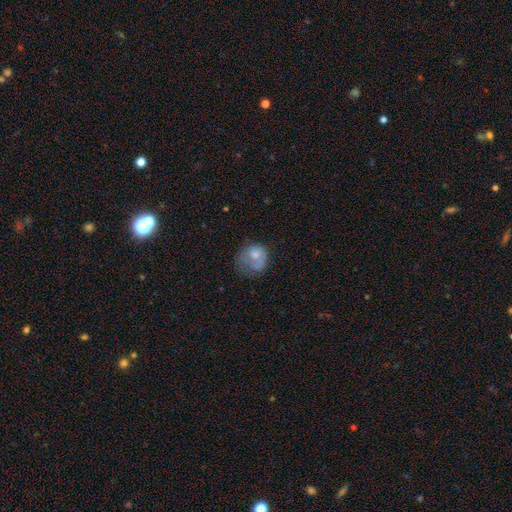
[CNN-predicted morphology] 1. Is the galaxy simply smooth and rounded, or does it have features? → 66% smooth, 26% featured or disk, 8% star or artifact.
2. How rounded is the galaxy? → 66% round, 33% in between, 1% cigar-shaped.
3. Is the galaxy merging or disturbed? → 41% major disturbance, 29% none, 27% minor disturbance, 4% merger.